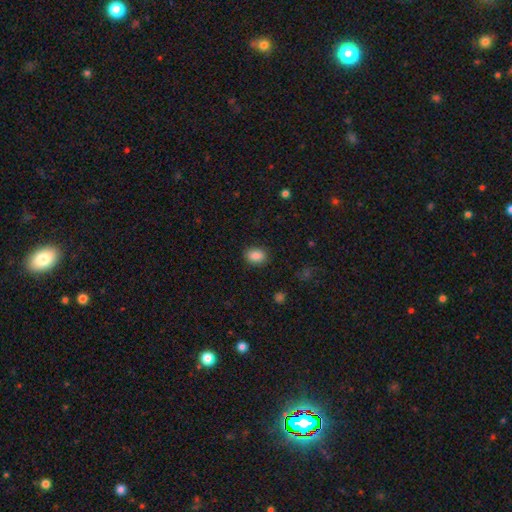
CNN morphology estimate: A smooth galaxy with no disk features (87%) that is in between round and cigar-shaped (74%). Merging: none (88%).